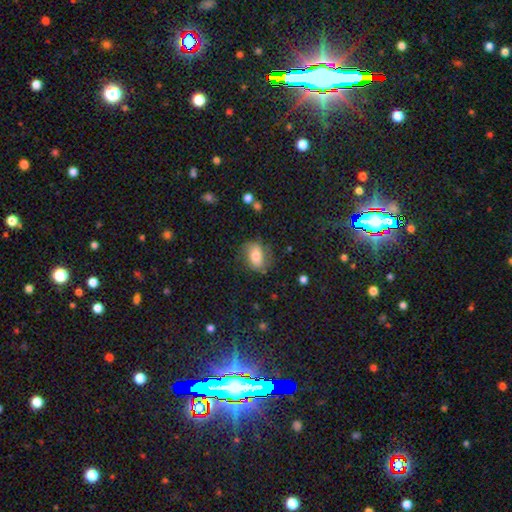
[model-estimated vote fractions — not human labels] Smooth or featured? Predicted: smooth (p=0.66). How rounded? Predicted: in between (p=0.78). Merging? Predicted: none (p=0.70).